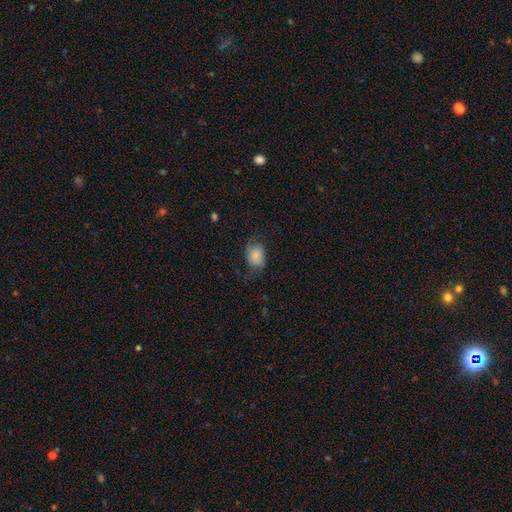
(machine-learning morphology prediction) Smooth or featured?
  - smooth: 66% *
  - featured or disk: 26%
  - star or artifact: 9%
How rounded?
  - in between: 66% *
  - round: 33%
  - cigar-shaped: 1%
Merging?
  - none: 55% *
  - minor disturbance: 26%
  - major disturbance: 18%
  - merger: 1%